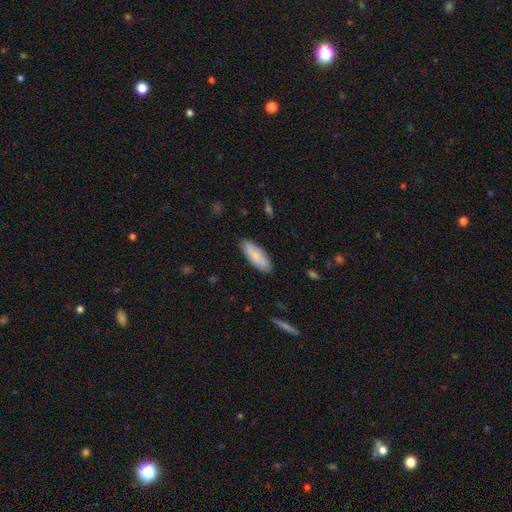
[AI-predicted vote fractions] The model was most divided on "how rounded": in between: 70%, cigar-shaped: 28%, round: 2%. More confident: merging — none (86%); smooth or featured — smooth (79%).